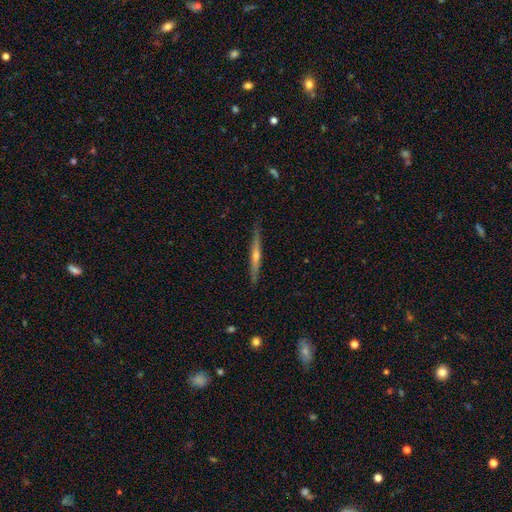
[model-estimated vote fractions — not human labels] This is likely a featured or disk galaxy (71%). It is clearly viewed edge-on (97%). Edge-on bulge: clearly rounded (81%). Merging: clearly none (88%).